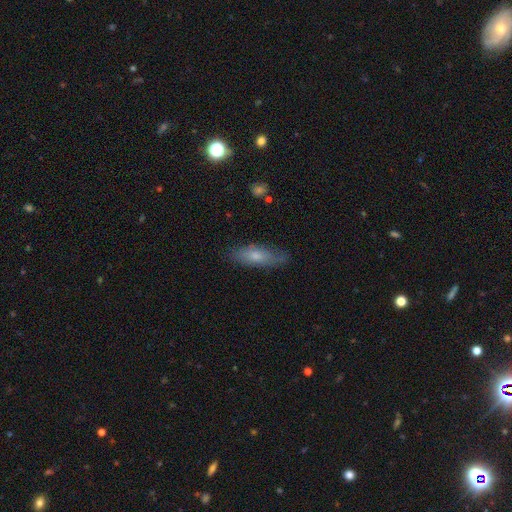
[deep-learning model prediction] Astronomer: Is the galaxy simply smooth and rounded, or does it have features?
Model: smooth — 65%.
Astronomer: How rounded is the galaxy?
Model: in between — 56% (runner-up: cigar-shaped, 42%).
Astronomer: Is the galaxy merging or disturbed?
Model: none — 75%.